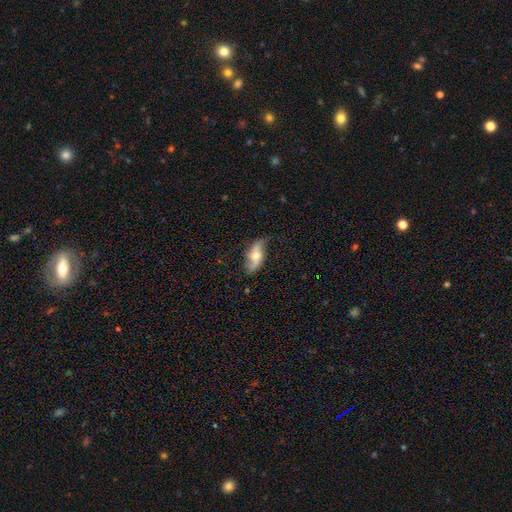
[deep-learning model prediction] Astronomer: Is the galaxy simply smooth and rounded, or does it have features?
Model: featured or disk — 66%.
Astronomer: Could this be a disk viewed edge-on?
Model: no — 84%.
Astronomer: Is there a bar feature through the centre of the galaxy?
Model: no — 57%.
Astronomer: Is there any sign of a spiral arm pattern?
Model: yes — 87%.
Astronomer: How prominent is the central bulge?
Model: moderate — 70%.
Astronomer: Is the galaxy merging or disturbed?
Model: none — 70%.